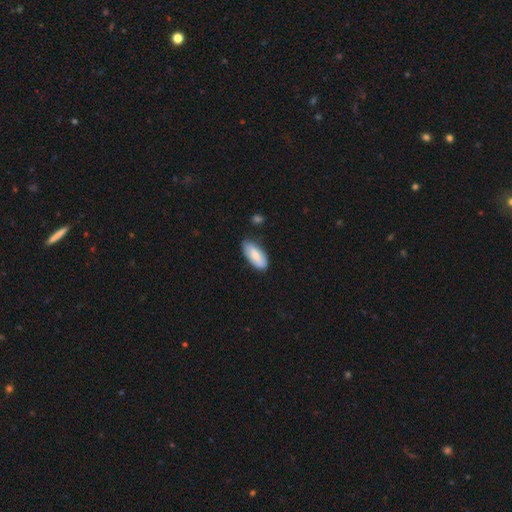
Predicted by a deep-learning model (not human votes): The model was most divided on "merging": none: 72%, minor disturbance: 22%, major disturbance: 3%, merger: 2%. More confident: how rounded — in between (87%); smooth or featured — smooth (78%).